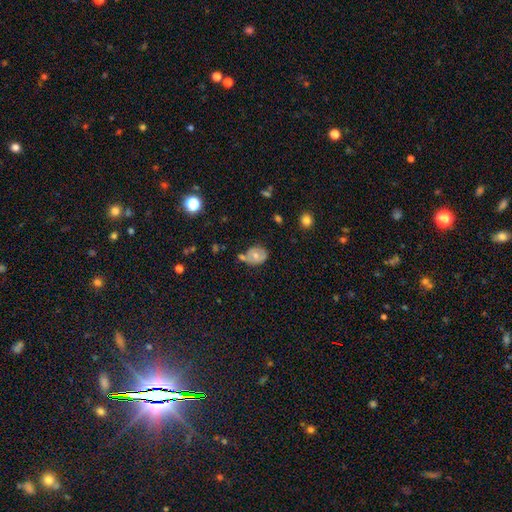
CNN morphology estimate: The model was most divided on "merging": none: 42%, minor disturbance: 29%, merger: 18%, major disturbance: 10%. More confident: how rounded — in between (57%); smooth or featured — smooth (54%).